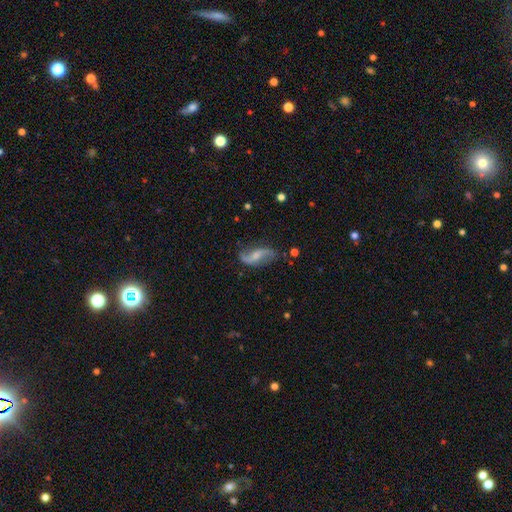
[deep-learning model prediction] Morphology: type=featured or disk (77%); edge-on=no (95%); bar=no (44%); spiral arms=yes (94%); winding=loose (84%); arm count=2 (91%); bulge=small (44%); merging=none (71%).